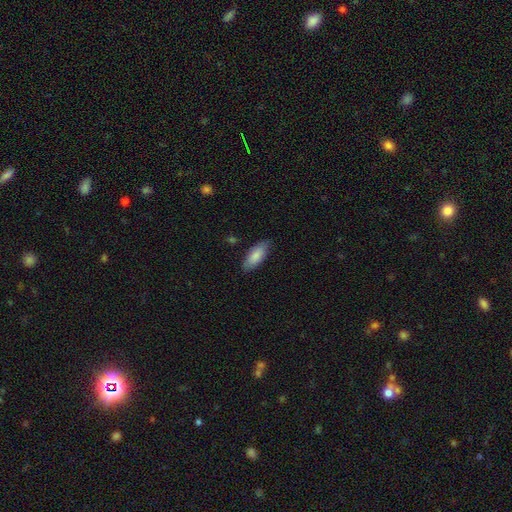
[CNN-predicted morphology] Q: Smooth or featured?
A: smooth (83%); runner-up: featured or disk (12%)
Q: How rounded?
A: in between (78%); runner-up: cigar-shaped (20%)
Q: Merging?
A: none (82%); runner-up: minor disturbance (15%)